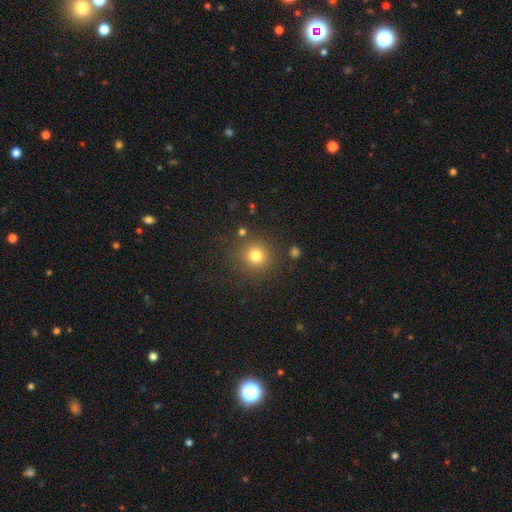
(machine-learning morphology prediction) This is likely a smooth galaxy (77%). How rounded: clearly round (93%). Merging: clearly none (86%).